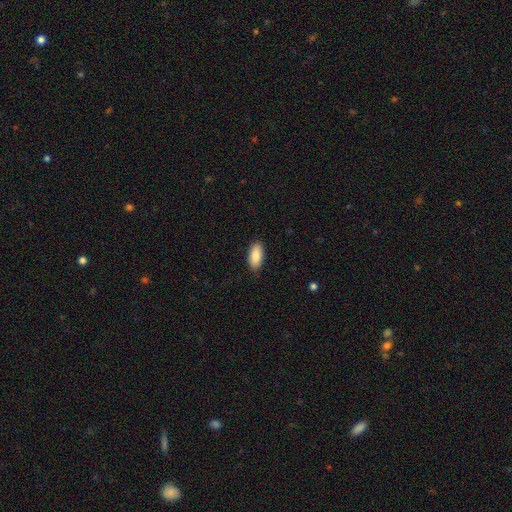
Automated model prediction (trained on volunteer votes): Q: Smooth or featured?
A: smooth (88%); runner-up: featured or disk (6%)
Q: How rounded?
A: in between (90%); runner-up: cigar-shaped (8%)
Q: Merging?
A: none (88%); runner-up: minor disturbance (9%)